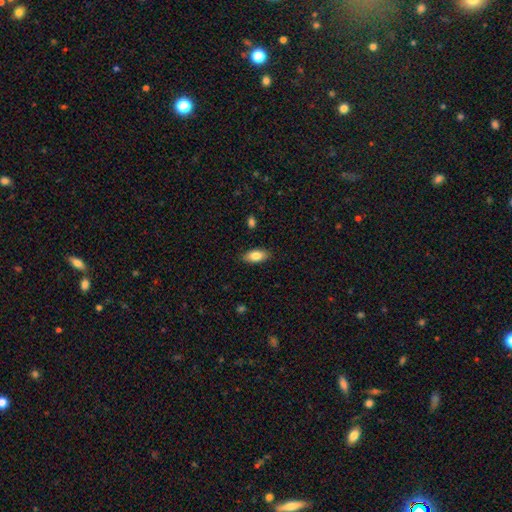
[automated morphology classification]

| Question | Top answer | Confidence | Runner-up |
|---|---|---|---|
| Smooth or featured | smooth | 83% | featured or disk (10%) |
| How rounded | in between | 89% | cigar-shaped (8%) |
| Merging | none | 87% | minor disturbance (9%) |